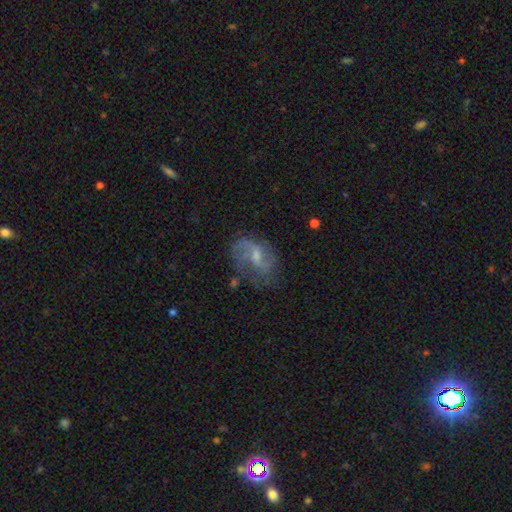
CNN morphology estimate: A featured or disk galaxy (76%) with a weak bar (54%), 2 (70%) loose (50%) spiral arms (89%) and a small central bulge (49%).

Vote fractions:
- Smooth or featured? featured or disk: 76% / smooth: 16% / star or artifact: 8%
- Edge-on disk? no: 97% / yes: 3%
- Bar? weak: 54% / no: 35% / strong: 11%
- Spiral arms? yes: 89% / no: 11%
- Spiral winding? loose: 50% / medium: 38% / tight: 12%
- Spiral arm count? 2: 70% / can't tell: 13% / 1: 7% / 3: 6% / 4: 2% / more than 4: 2%
- Bulge size? small: 49% / moderate: 39% / none: 9% / large: 2% / dominant: 1%
- Merging? none: 59% / minor disturbance: 23% / major disturbance: 15% / merger: 3%